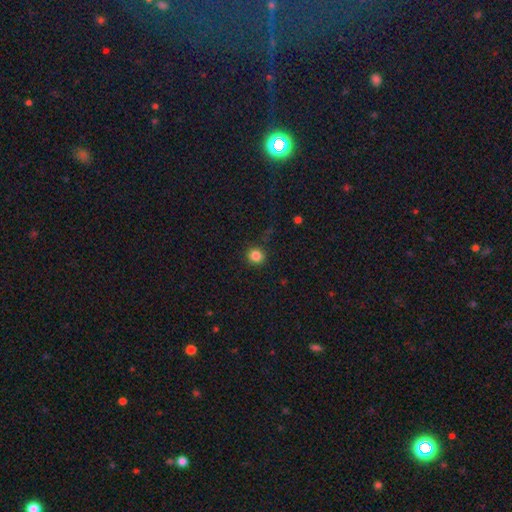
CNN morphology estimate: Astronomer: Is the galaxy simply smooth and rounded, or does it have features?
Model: smooth — 84%.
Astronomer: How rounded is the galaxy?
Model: round — 90%.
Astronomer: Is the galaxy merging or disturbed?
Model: none — 90%.